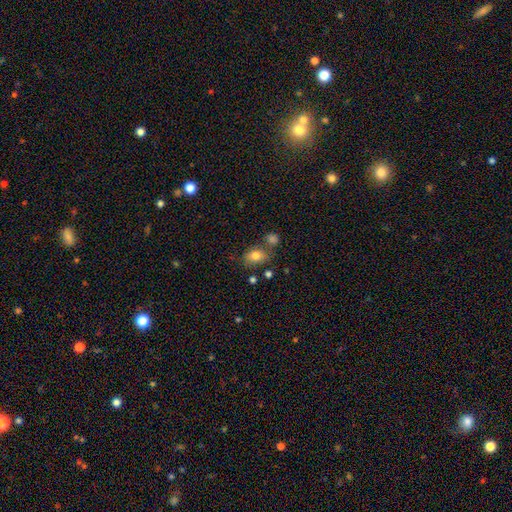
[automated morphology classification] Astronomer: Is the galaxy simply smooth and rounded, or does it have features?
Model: smooth — 80%.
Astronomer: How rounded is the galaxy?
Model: in between — 78%.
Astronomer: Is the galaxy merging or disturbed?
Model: none — 61%.